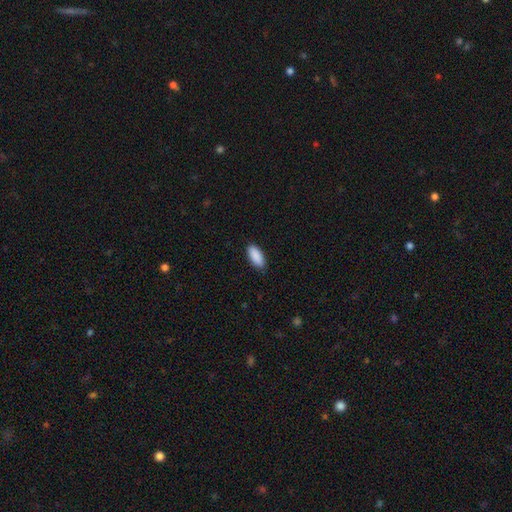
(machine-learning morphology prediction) This is clearly a smooth galaxy (91%). How rounded: clearly in between (88%). Merging: clearly none (87%).